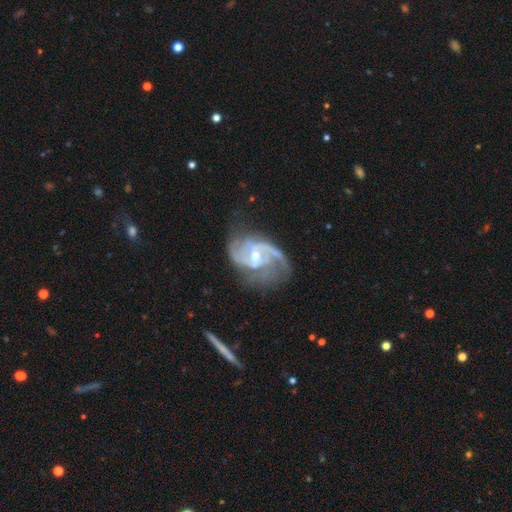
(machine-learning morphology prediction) Smooth or featured?
  - featured or disk: 90% *
  - star or artifact: 5%
  - smooth: 5%
Edge-on disk?
  - no: 98% *
  - yes: 2%
Bar?
  - weak: 45% *
  - no: 44%
  - strong: 11%
Spiral arms?
  - yes: 97% *
  - no: 3%
Spiral winding?
  - medium: 52% *
  - tight: 28%
  - loose: 20%
Spiral arm count?
  - 2: 59% *
  - 3: 19%
  - can't tell: 10%
  - 1: 4%
  - 4: 4%
  - more than 4: 4%
Bulge size?
  - moderate: 52% *
  - small: 44%
  - large: 2%
  - none: 1%
  - dominant: 1%
Merging?
  - none: 57% *
  - minor disturbance: 23%
  - major disturbance: 17%
  - merger: 3%